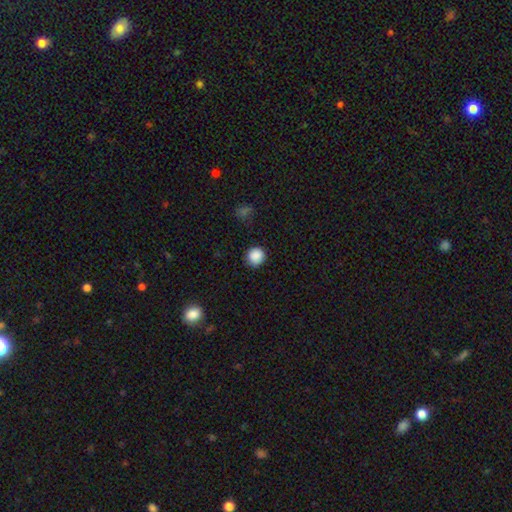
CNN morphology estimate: smooth 88%, star or artifact 9%, featured or disk 3%. Down the decision tree: how rounded — round (93%); merging — none (88%).